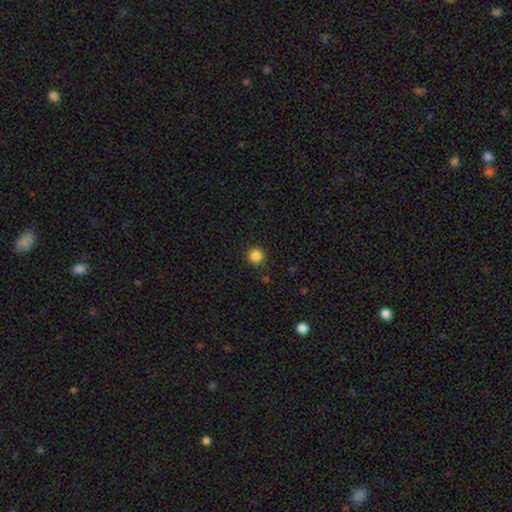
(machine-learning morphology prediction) Overall: smooth (85%). How rounded: round (95%). Merging: none (91%).